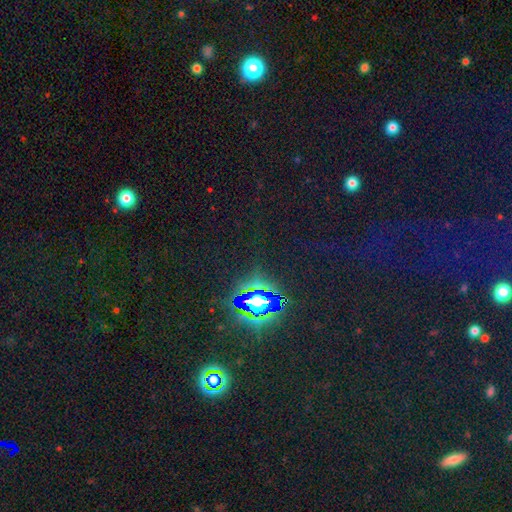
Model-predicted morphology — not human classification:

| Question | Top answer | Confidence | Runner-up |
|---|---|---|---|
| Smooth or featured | star or artifact | 80% | smooth (13%) |